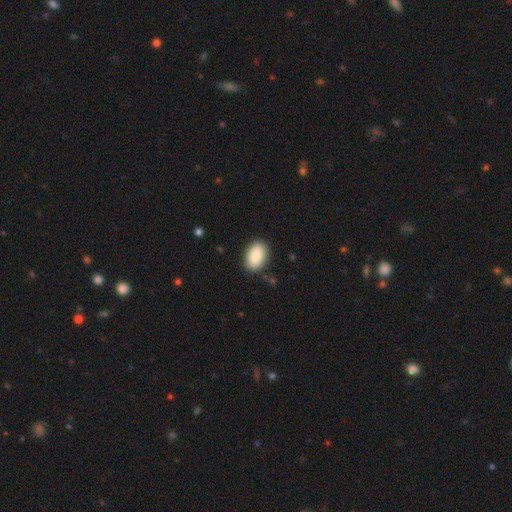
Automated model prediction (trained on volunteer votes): Smooth or featured?
  - smooth: 86% *
  - featured or disk: 7%
  - star or artifact: 6%
How rounded?
  - in between: 89% *
  - round: 10%
  - cigar-shaped: 1%
Merging?
  - none: 87% *
  - minor disturbance: 9%
  - major disturbance: 2%
  - merger: 1%